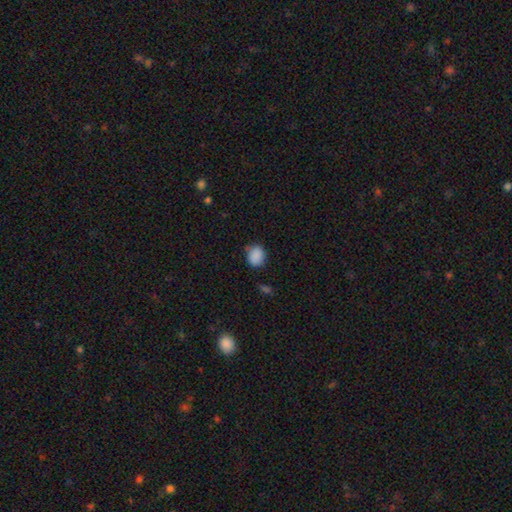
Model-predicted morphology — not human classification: Smooth or featured: smooth — 88% (star or artifact — 9%)
How rounded: round — 56% (in between — 43%)
Merging: none — 76% (minor disturbance — 18%)